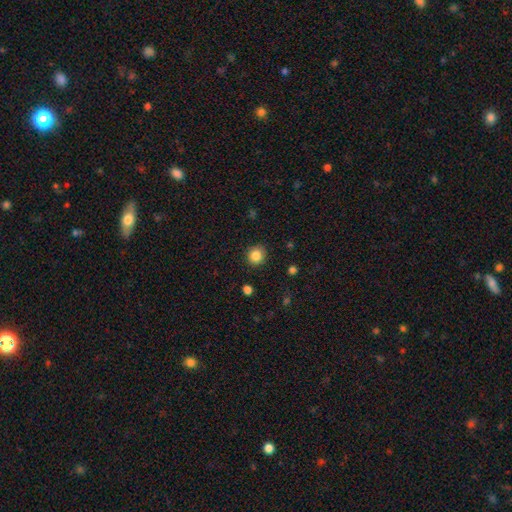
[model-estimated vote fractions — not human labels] Overall: smooth (85%). How rounded: round (90%). Merging: none (89%).